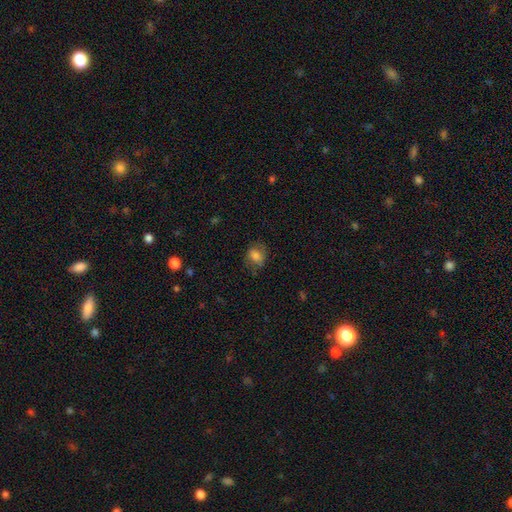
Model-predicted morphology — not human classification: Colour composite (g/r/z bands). It shows a smooth galaxy with no disk features (75%) that is in between round and cigar-shaped (57%). Merging: none (68%).